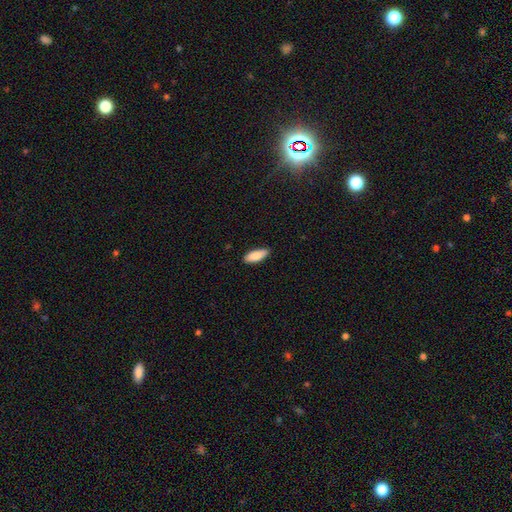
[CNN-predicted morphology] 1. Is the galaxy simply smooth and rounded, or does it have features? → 87% smooth, 8% featured or disk, 6% star or artifact.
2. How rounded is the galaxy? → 74% in between, 24% cigar-shaped, 2% round.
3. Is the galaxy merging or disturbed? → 84% none, 13% minor disturbance, 2% major disturbance, 1% merger.